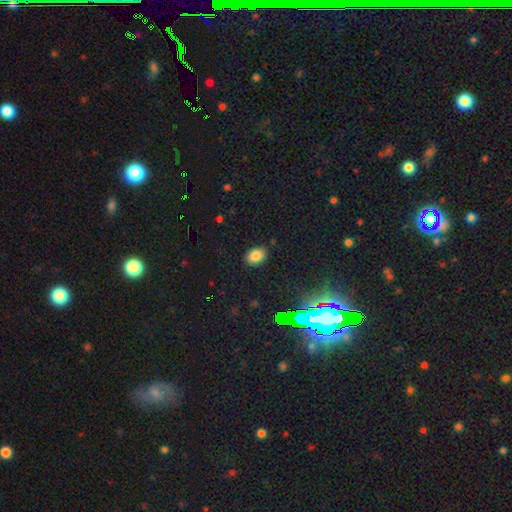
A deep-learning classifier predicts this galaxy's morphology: smooth_or_featured: smooth (p=0.80) [alt: star or artifact p=0.14]
how_rounded: in between (p=0.76) [alt: round p=0.23]
merging: none (p=0.86) [alt: minor disturbance p=0.10]